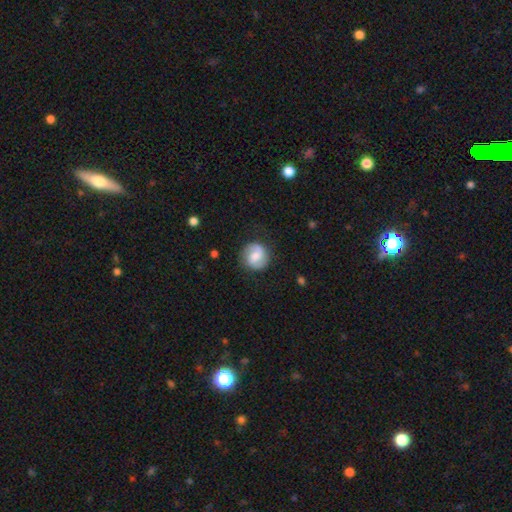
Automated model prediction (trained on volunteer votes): This is possibly a featured or disk galaxy (59%). It is clearly not viewed edge-on (98%). Bar: possibly weak (51%). Spiral arm pattern: clearly yes (91%). Spiral arm count: clearly 2 (89%). Spiral winding: possibly medium (46%). Central bulge: possibly moderate (54%). Merging: clearly none (84%).